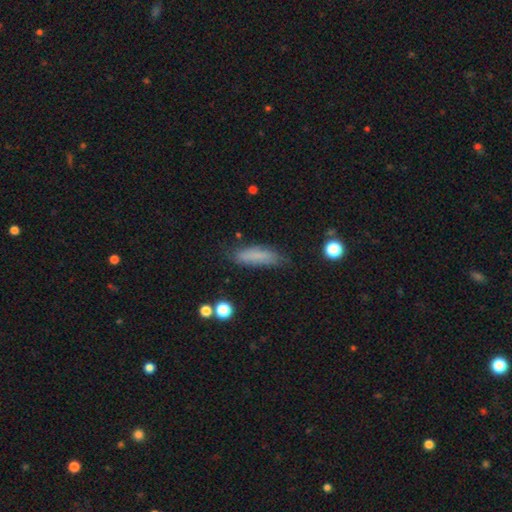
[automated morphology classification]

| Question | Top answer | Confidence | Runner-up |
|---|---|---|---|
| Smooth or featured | smooth | 78% | featured or disk (13%) |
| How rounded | cigar-shaped | 59% | in between (39%) |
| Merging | none | 70% | minor disturbance (22%) |